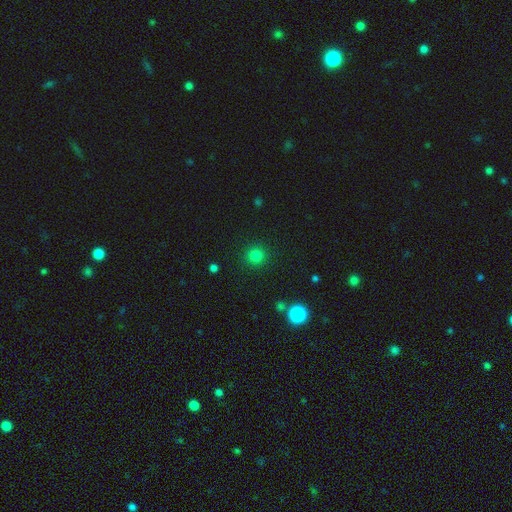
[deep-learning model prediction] Morphology: type=smooth (80%); roundness=round (93%); merging=none (90%).